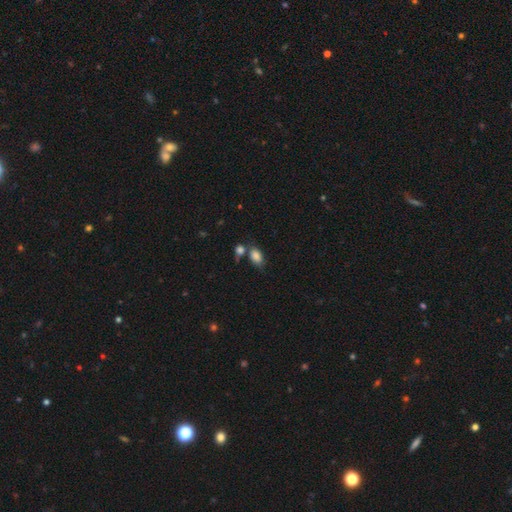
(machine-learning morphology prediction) Smooth or featured? smooth (84%)
How rounded? in between (86%)
Merging? none (48%)